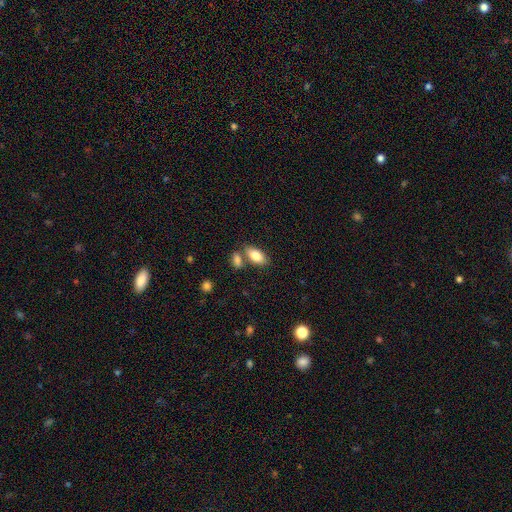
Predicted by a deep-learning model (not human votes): Q: Smooth or featured?
A: smooth (82%); runner-up: featured or disk (11%)
Q: How rounded?
A: in between (91%); runner-up: cigar-shaped (5%)
Q: Merging?
A: none (61%); runner-up: merger (26%)